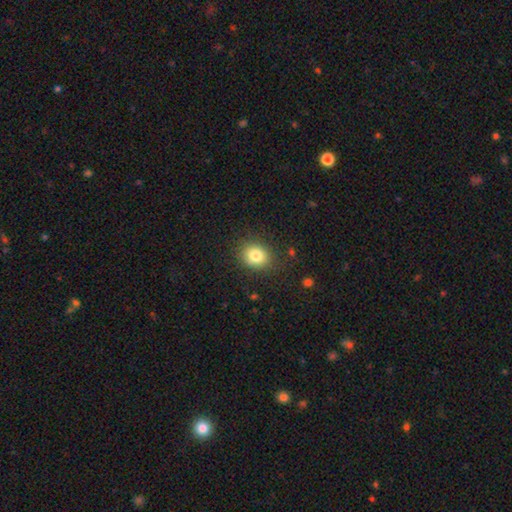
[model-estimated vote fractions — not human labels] Morphology: type=smooth (81%); roundness=round (62%); merging=none (85%).